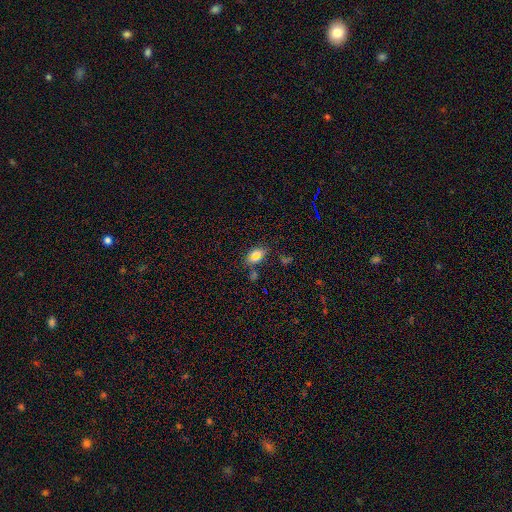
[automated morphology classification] This is likely a smooth galaxy (67%). How rounded: clearly in between (85%). Merging: likely none (75%).